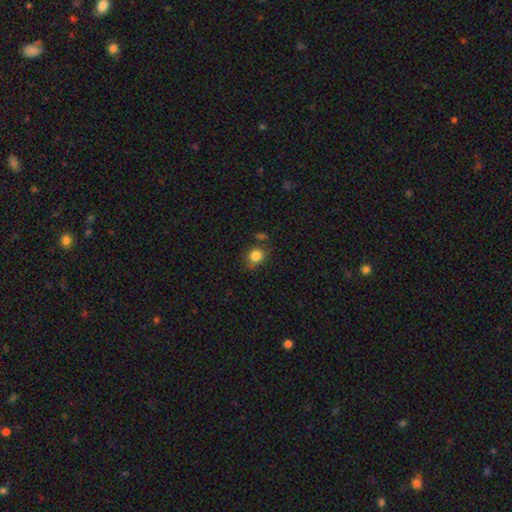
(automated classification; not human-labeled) This appears to be a smooth galaxy with no disk features (83%) that is round (78%). Merging: none (71%).